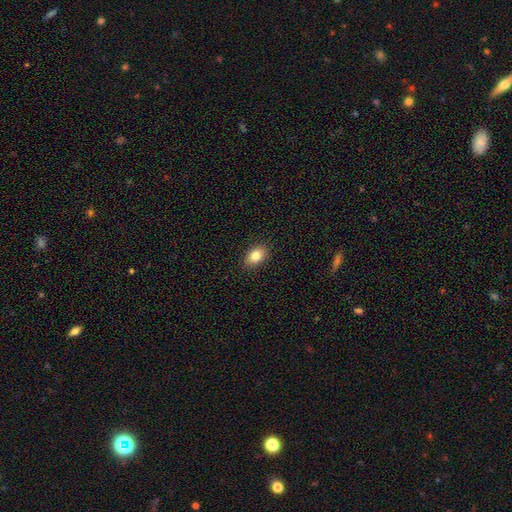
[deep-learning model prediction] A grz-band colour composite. It shows a smooth galaxy with no disk features (82%) that is in between round and cigar-shaped (81%). Merging: none (90%).